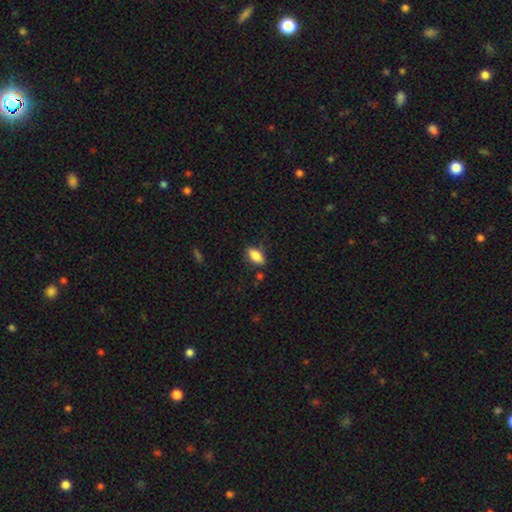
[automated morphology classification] Q: Smooth or featured?
A: smooth (82%); runner-up: featured or disk (10%)
Q: How rounded?
A: in between (86%); runner-up: cigar-shaped (10%)
Q: Merging?
A: none (78%); runner-up: minor disturbance (16%)